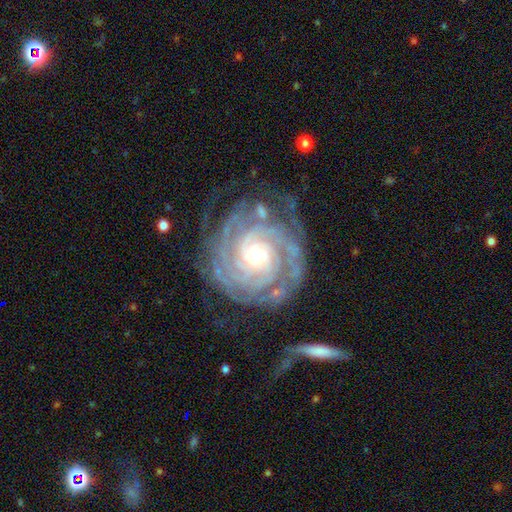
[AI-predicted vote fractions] Smooth or featured? Predicted: featured or disk (p=0.91). Edge-on disk? Predicted: no (p=0.97). Bar? Predicted: no (p=0.71). Spiral arms? Predicted: yes (p=0.98). Spiral winding? Predicted: tight (p=0.83). Spiral arm count? Predicted: 4 (p=0.25). Bulge size? Predicted: small (p=0.54). Merging? Predicted: none (p=0.74).